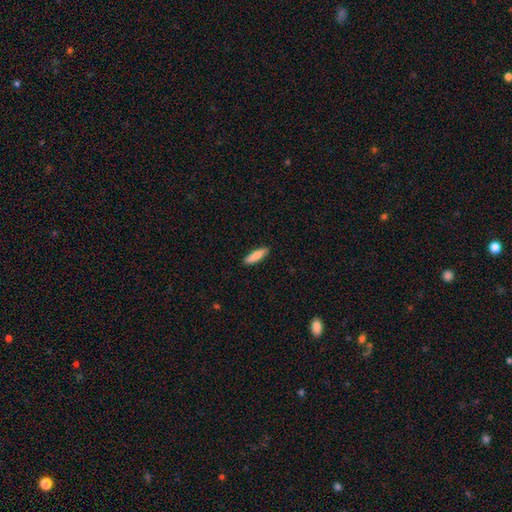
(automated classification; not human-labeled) smooth-or-featured: smooth: 85% | featured or disk: 10% | star or artifact: 6%
  how-rounded: cigar-shaped: 57% | in between: 41% | round: 2%
  merging: none: 88% | minor disturbance: 9% | major disturbance: 2% | merger: 1%